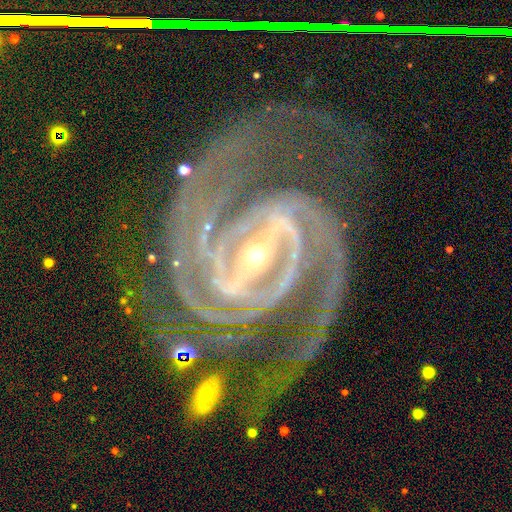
smooth-or-featured: featured or disk: 90% | star or artifact: 8% | smooth: 3%
  disk-edge-on: no: 91% | yes: 9%
    bar: strong: 72% | weak: 19% | no: 9%
    has-spiral-arms: yes: 100% | no: 0%
      spiral-winding: medium: 53% | tight: 47% | loose: 0%
      spiral-arm-count: 2: 88% | 3: 12% | 1: 0% | 4: 0% | more than 4: 0% | can't tell: 0%
    bulge-size: small: 75% | moderate: 22% | none: 3% | dominant: 0% | large: 0%
  merging: none: 58% | major disturbance: 22% | minor disturbance: 19% | merger: 0%